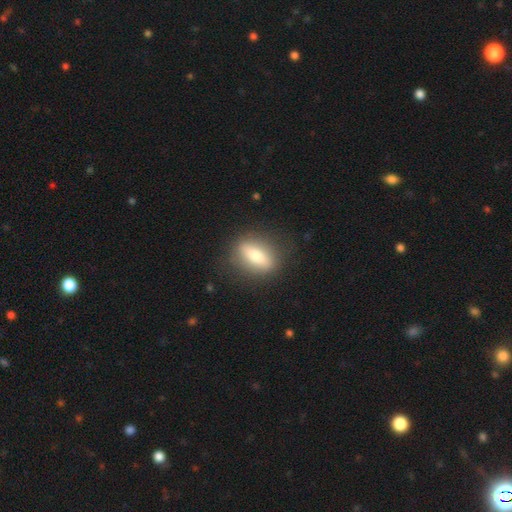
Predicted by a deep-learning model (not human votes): smooth 62%, featured or disk 30%, star or artifact 8%. Down the decision tree: how rounded — in between (65%); merging — none (83%).